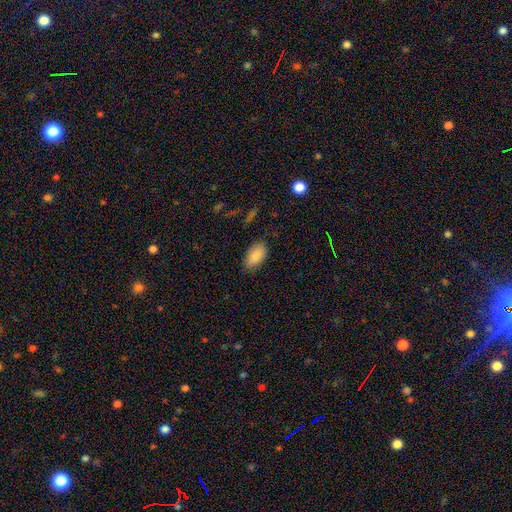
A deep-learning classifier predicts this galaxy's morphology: A smooth galaxy with no disk features (88%) that is in between round and cigar-shaped (94%). Merging: none (82%).